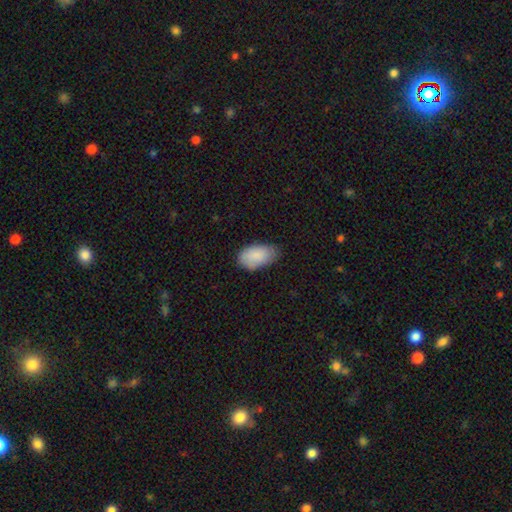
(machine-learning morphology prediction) smooth 87%, featured or disk 7%, star or artifact 6%. Down the decision tree: how rounded — in between (95%); merging — none (71%).